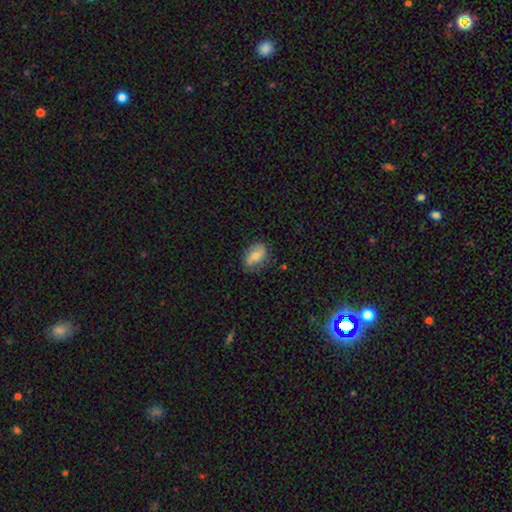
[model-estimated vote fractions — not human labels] This appears to be a smooth galaxy with no disk features (65%) that is in between round and cigar-shaped (86%). Merging: none (77%).